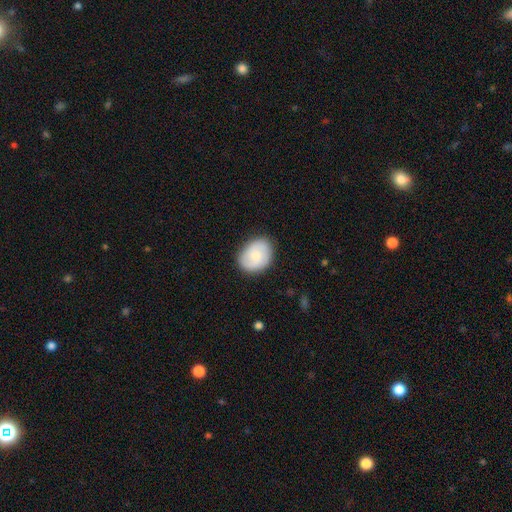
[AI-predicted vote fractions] A smooth galaxy with no disk features (64%) that is in between round and cigar-shaped (54%). Merging: none (82%).